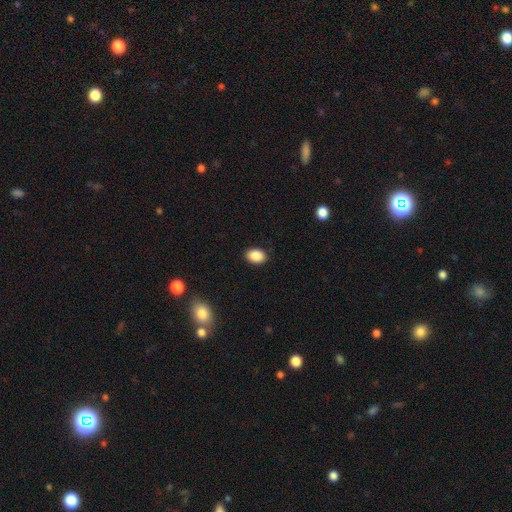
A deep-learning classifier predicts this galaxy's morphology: Smooth or featured: smooth — 89% (star or artifact — 8%)
How rounded: in between — 77% (round — 22%)
Merging: none — 89% (minor disturbance — 8%)